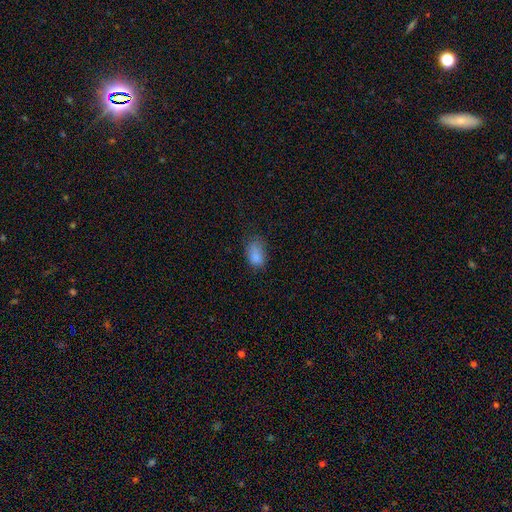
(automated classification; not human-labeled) Smooth or featured?
  - smooth: 80% *
  - star or artifact: 12%
  - featured or disk: 9%
How rounded?
  - in between: 84% *
  - round: 15%
  - cigar-shaped: 2%
Merging?
  - none: 44% *
  - minor disturbance: 34%
  - major disturbance: 19%
  - merger: 3%